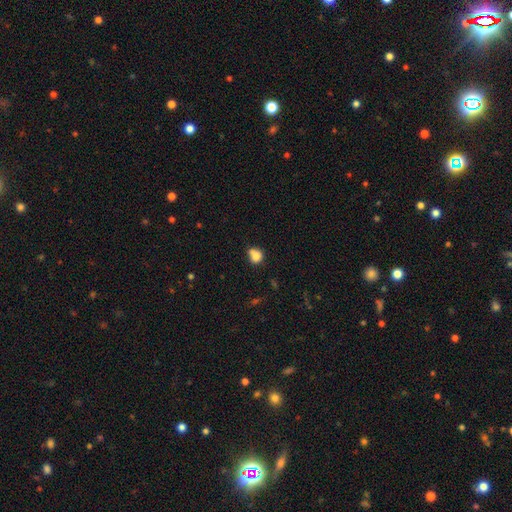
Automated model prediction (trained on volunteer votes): A smooth galaxy with no disk features (80%) that is round (73%).

Vote fractions:
- Smooth or featured? smooth: 80% / star or artifact: 11% / featured or disk: 10%
- How rounded? round: 73% / in between: 26% / cigar-shaped: 1%
- Merging? none: 46% / merger: 28% / minor disturbance: 19% / major disturbance: 7%